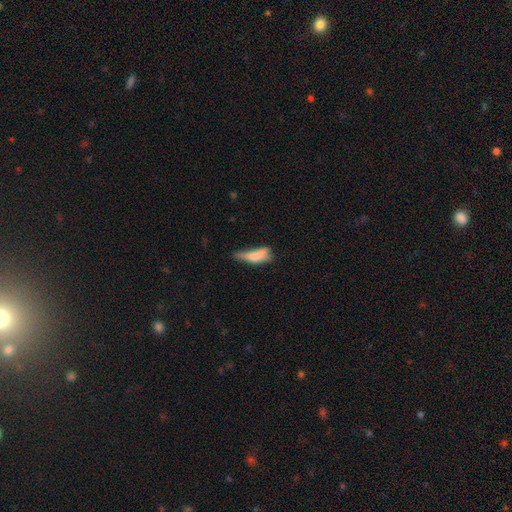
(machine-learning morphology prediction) Overall: smooth (66%). How rounded: in between (50%; cigar-shaped 47%). Merging: minor disturbance (32%; major disturbance 30%).